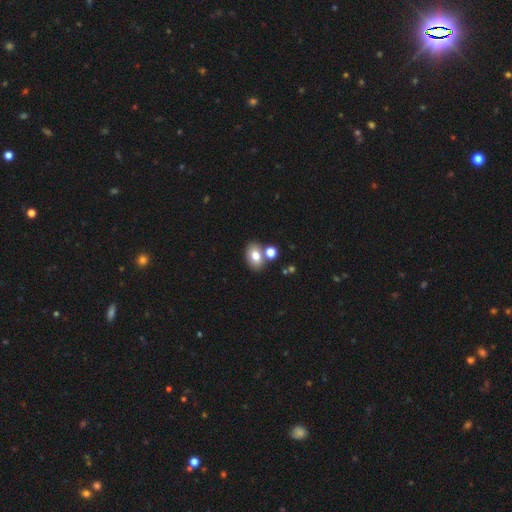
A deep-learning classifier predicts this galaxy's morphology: A smooth galaxy with no disk features (77%) that is in between round and cigar-shaped (74%). Merging: none (64%).